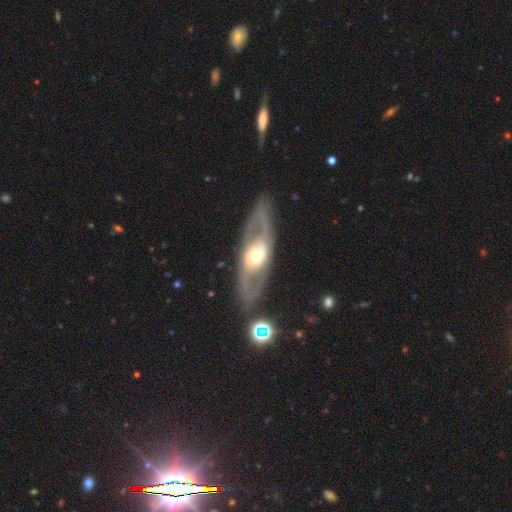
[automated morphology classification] Smooth or featured: featured or disk — 77% (smooth — 18%)
Edge-on disk: no — 84% (yes — 16%)
Bar: no — 61% (weak — 24%)
Spiral arms: yes — 54% (no — 46%)
Bulge size: moderate — 62% (small — 19%)
Merging: none — 80% (minor disturbance — 11%)